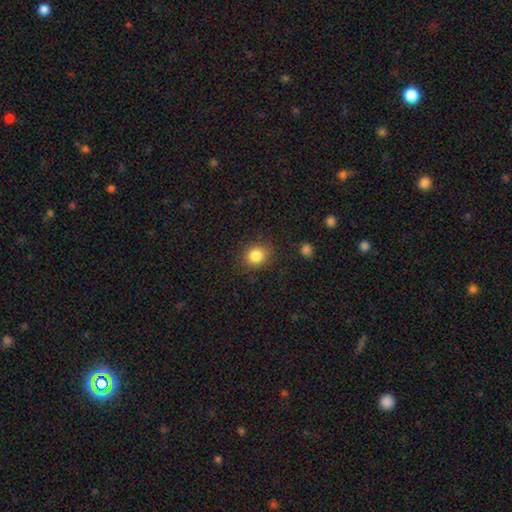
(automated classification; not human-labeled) Smooth or featured?
  - smooth: 84% *
  - star or artifact: 10%
  - featured or disk: 5%
How rounded?
  - round: 73% *
  - in between: 26%
  - cigar-shaped: 1%
Merging?
  - none: 85% *
  - minor disturbance: 10%
  - major disturbance: 3%
  - merger: 1%